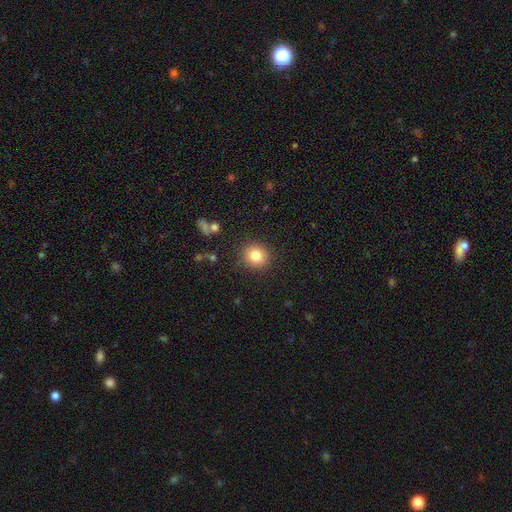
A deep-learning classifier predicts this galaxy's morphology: Smooth or featured? Predicted: smooth (p=0.83). How rounded? Predicted: round (p=0.85). Merging? Predicted: none (p=0.88).